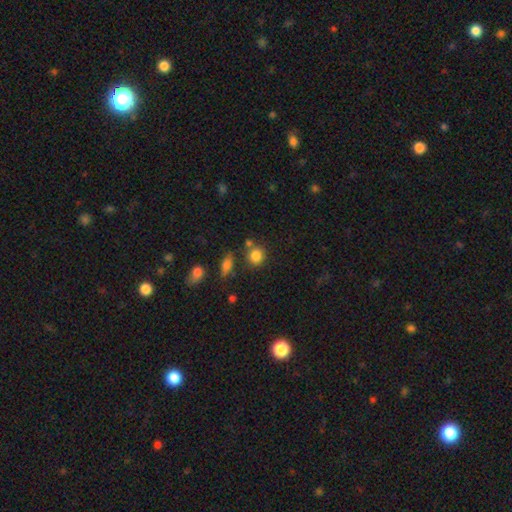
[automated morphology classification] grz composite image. It shows a smooth galaxy with no disk features (83%) that is round (81%). Merging: none (71%).